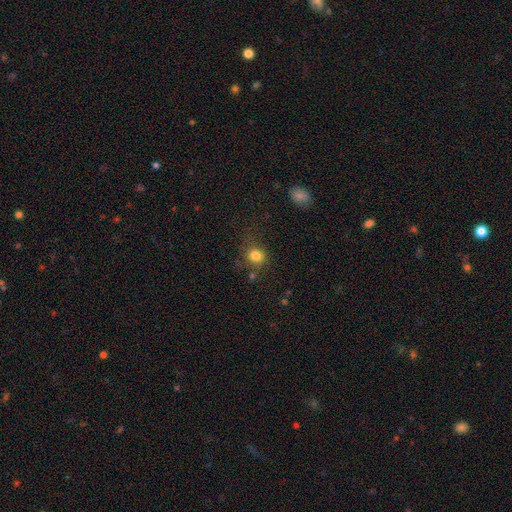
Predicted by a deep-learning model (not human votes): This is clearly a smooth galaxy (81%). How rounded: clearly round (81%). Merging: likely none (71%).